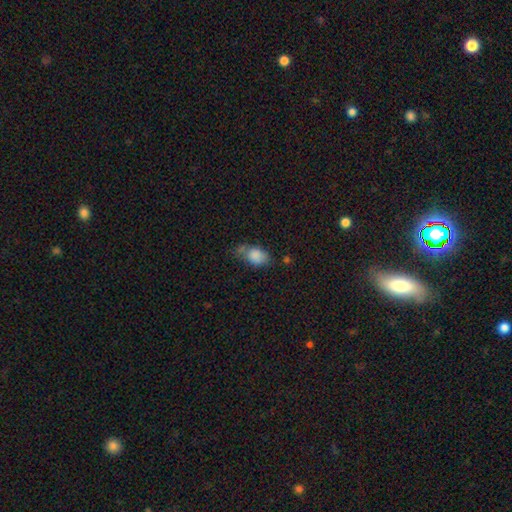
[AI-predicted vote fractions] This appears to be a smooth galaxy with no disk features (82%) that is in between round and cigar-shaped (84%). Merging: none (37%).